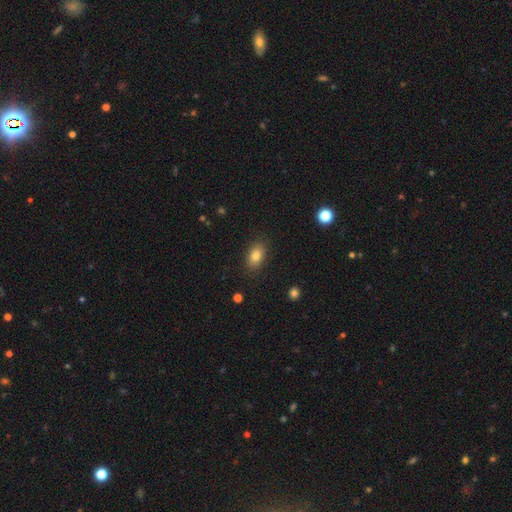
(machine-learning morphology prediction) smooth_or_featured: smooth (p=0.82) [alt: star or artifact p=0.10]
how_rounded: in between (p=0.86) [alt: round p=0.12]
merging: none (p=0.86) [alt: minor disturbance p=0.10]